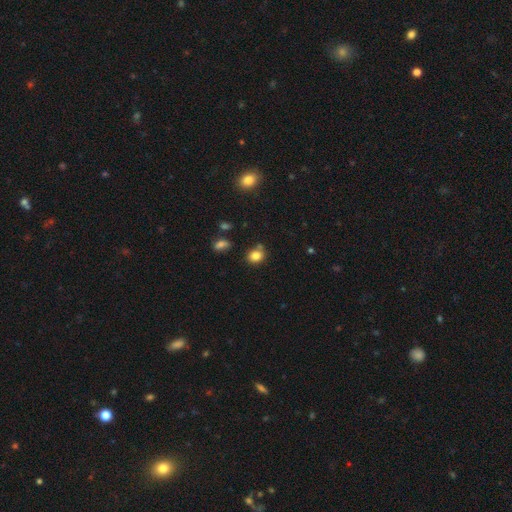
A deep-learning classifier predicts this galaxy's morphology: Overall: smooth (82%). How rounded: round (60%; in between 39%). Merging: none (68%).